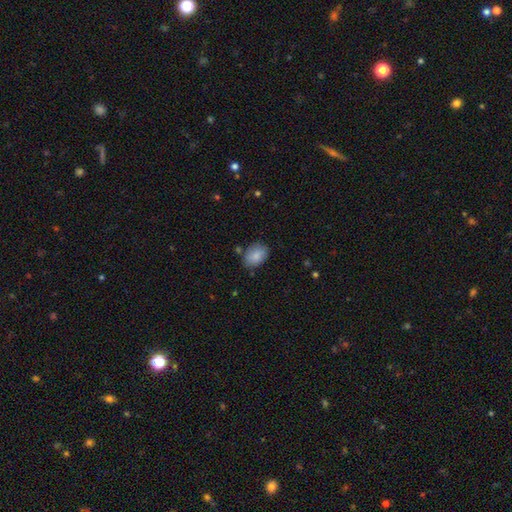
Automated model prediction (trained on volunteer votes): This appears to be a smooth galaxy with no disk features (86%) that is in between round and cigar-shaped (81%). Merging: none (77%).